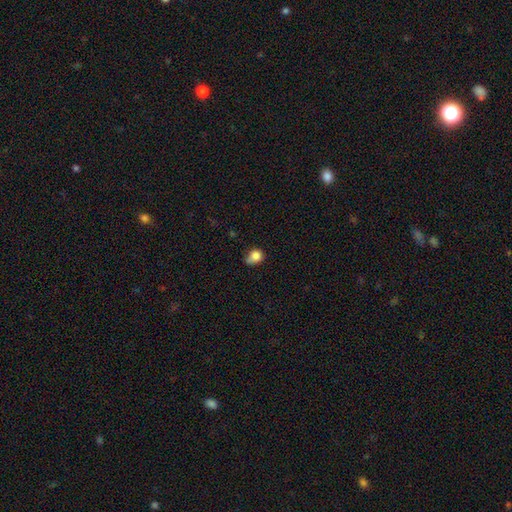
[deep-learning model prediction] Smooth or featured: smooth — 81% (star or artifact — 11%)
How rounded: round — 59% (in between — 39%)
Merging: minor disturbance — 40% (none — 39%)